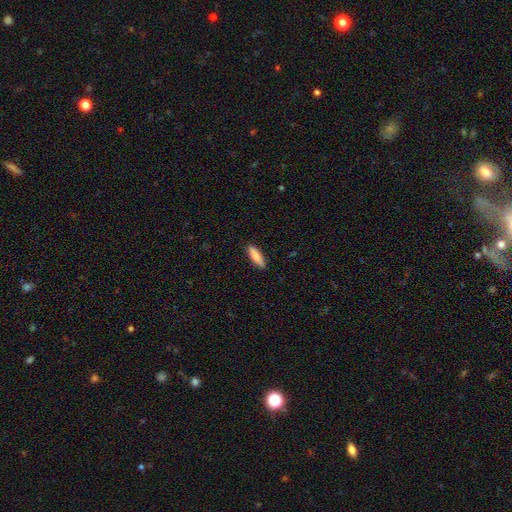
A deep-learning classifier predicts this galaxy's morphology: This is clearly a smooth galaxy (85%). How rounded: possibly cigar-shaped (57%). Merging: clearly none (89%).